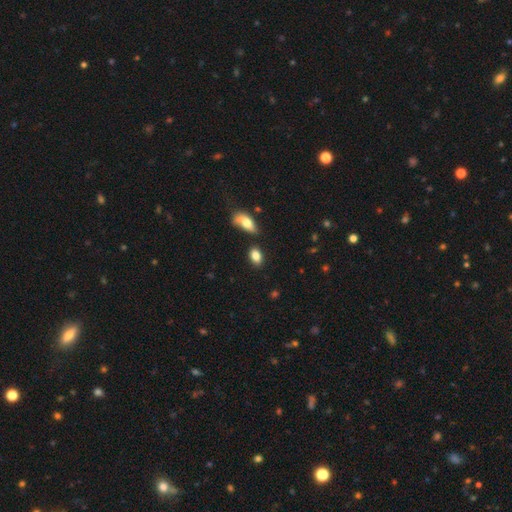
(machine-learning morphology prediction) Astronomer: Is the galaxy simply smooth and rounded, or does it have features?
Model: smooth — 84%.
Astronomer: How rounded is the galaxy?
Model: in between — 86%.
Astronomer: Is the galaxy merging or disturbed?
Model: none — 77%.